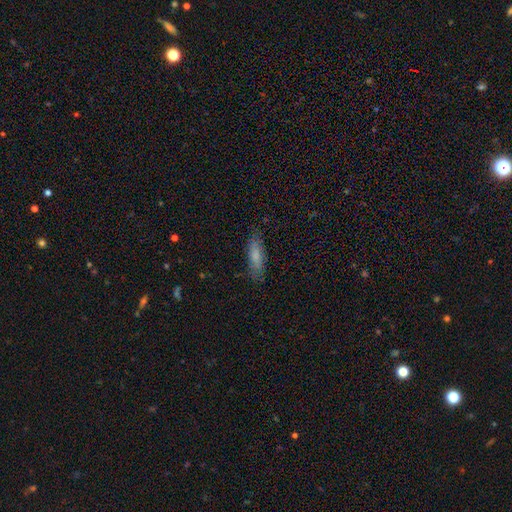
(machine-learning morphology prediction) The model was most divided on "how rounded": cigar-shaped: 56%, in between: 42%, round: 2%. More confident: merging — none (79%); smooth or featured — smooth (74%).